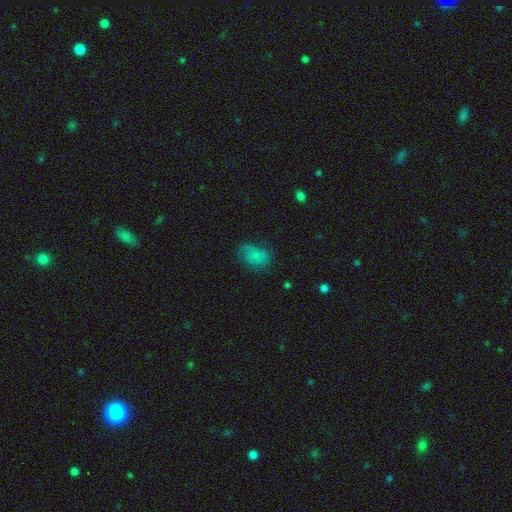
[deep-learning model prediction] smooth_or_featured: smooth (p=0.67) [alt: featured or disk p=0.22]
how_rounded: in between (p=0.79) [alt: round p=0.19]
merging: none (p=0.51) [alt: minor disturbance p=0.30]